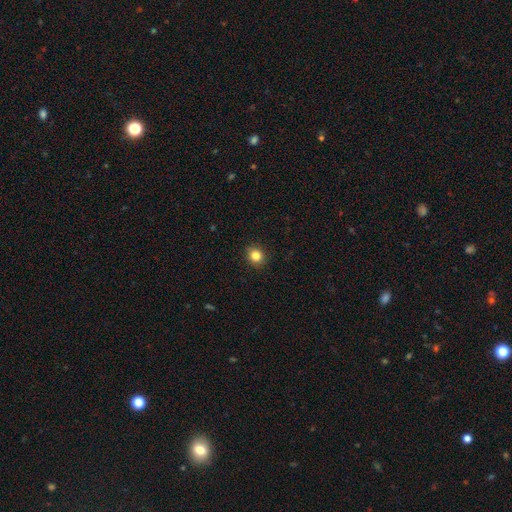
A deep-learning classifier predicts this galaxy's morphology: Smooth or featured? smooth (84%)
How rounded? round (79%)
Merging? none (91%)